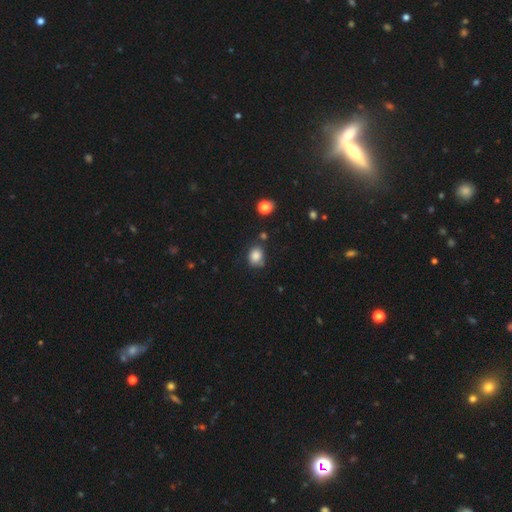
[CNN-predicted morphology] smooth 84%, star or artifact 11%, featured or disk 6%. Down the decision tree: how rounded — round (51%); merging — none (66%).